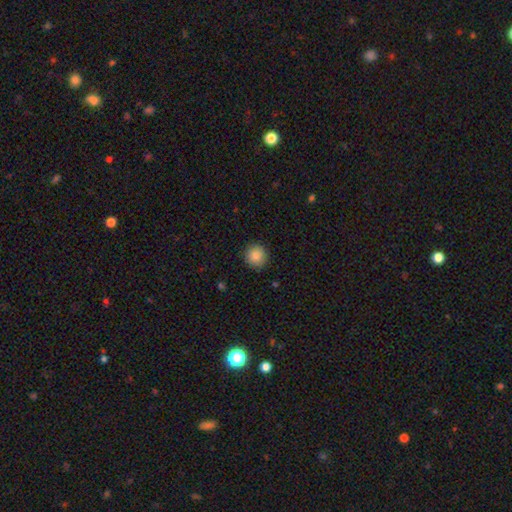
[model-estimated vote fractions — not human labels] smooth_or_featured: smooth (p=0.85) [alt: star or artifact p=0.09]
how_rounded: round (p=0.94) [alt: in between p=0.05]
merging: none (p=0.91) [alt: minor disturbance p=0.06]